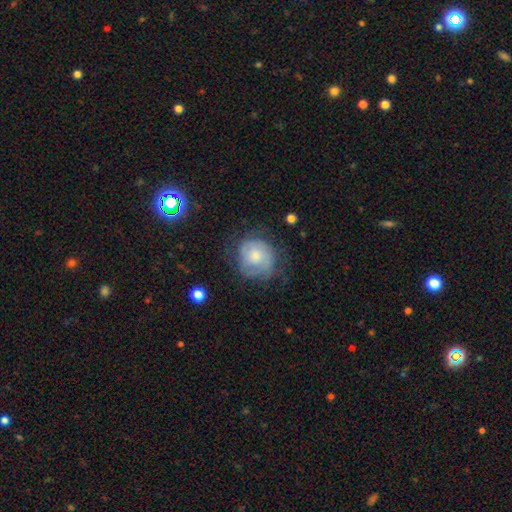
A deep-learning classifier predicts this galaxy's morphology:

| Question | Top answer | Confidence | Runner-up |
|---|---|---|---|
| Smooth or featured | smooth | 54% | featured or disk (38%) |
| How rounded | round | 82% | in between (17%) |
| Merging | none | 55% | minor disturbance (27%) |